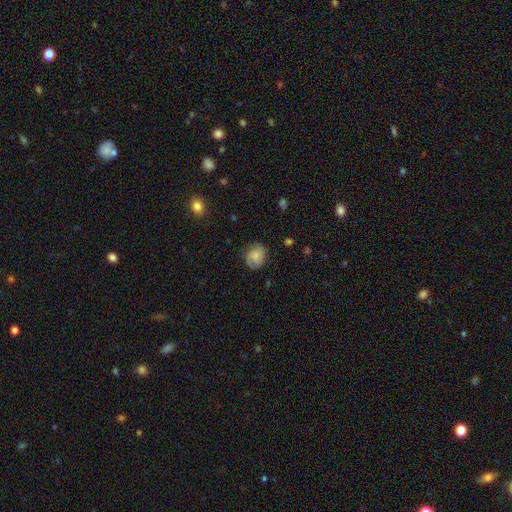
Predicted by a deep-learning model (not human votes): Smooth or featured?
  - smooth: 70% *
  - featured or disk: 22%
  - star or artifact: 8%
How rounded?
  - round: 64% *
  - in between: 35%
  - cigar-shaped: 1%
Merging?
  - none: 72% *
  - minor disturbance: 20%
  - major disturbance: 6%
  - merger: 1%